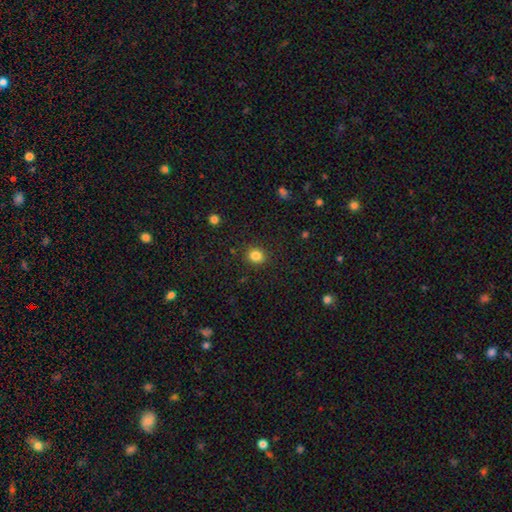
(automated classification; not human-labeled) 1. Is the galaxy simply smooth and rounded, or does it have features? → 84% smooth, 12% star or artifact, 4% featured or disk.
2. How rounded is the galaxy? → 79% round, 20% in between, 1% cigar-shaped.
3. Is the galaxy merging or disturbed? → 89% none, 7% minor disturbance, 2% major disturbance, 1% merger.